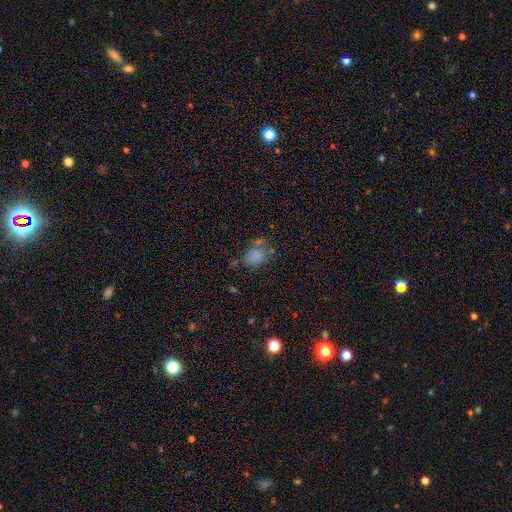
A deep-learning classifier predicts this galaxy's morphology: A smooth galaxy with no disk features (75%) that is in between round and cigar-shaped (55%).

Vote fractions:
- Smooth or featured? smooth: 75% / star or artifact: 14% / featured or disk: 10%
- How rounded? in between: 55% / round: 44% / cigar-shaped: 1%
- Merging? none: 50% / minor disturbance: 24% / merger: 13% / major disturbance: 12%